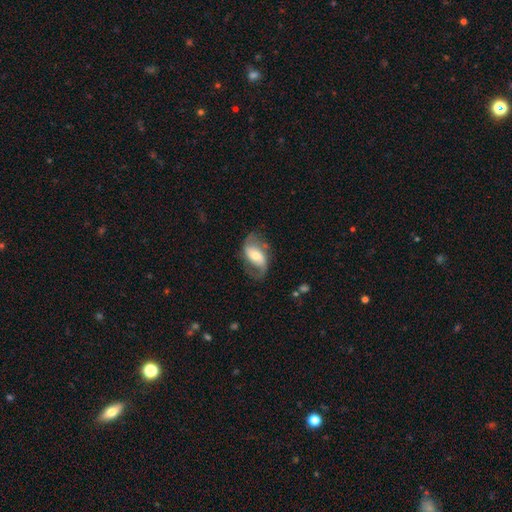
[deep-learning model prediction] Smooth or featured: featured or disk — 75% (smooth — 19%)
Edge-on disk: no — 96% (yes — 4%)
Bar: weak — 37% (no — 32%)
Spiral arms: yes — 90% (no — 10%)
Spiral winding: loose — 55% (medium — 34%)
Spiral arm count: 2 — 88% (1 — 5%)
Bulge size: moderate — 55% (small — 33%)
Merging: none — 67% (minor disturbance — 18%)